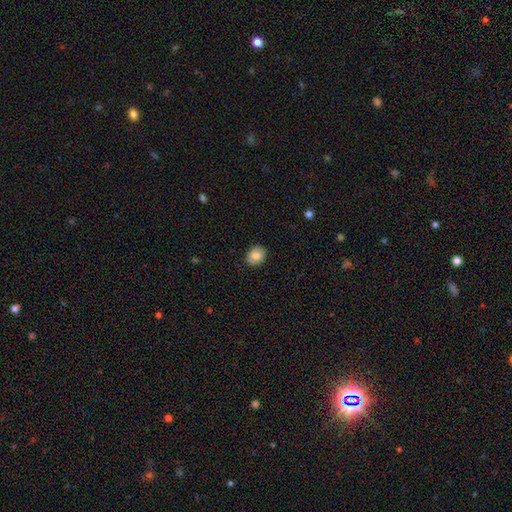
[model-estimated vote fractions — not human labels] This appears to be a smooth galaxy with no disk features (81%) that is in between round and cigar-shaped (54%). Merging: none (87%).